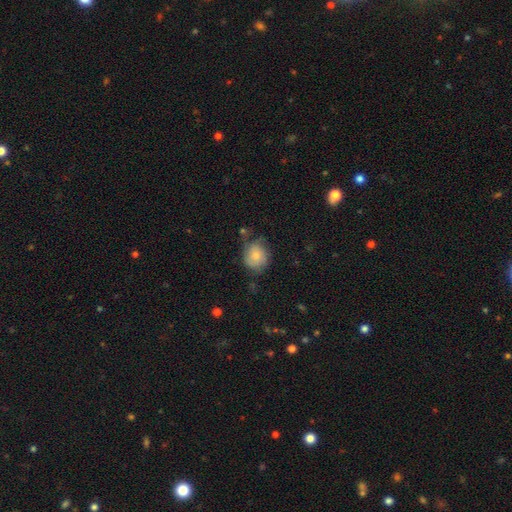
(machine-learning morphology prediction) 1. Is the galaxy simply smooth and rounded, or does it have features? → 72% smooth, 20% featured or disk, 8% star or artifact.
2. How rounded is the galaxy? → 70% round, 29% in between, 1% cigar-shaped.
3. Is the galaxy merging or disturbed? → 55% none, 30% minor disturbance, 10% major disturbance, 4% merger.